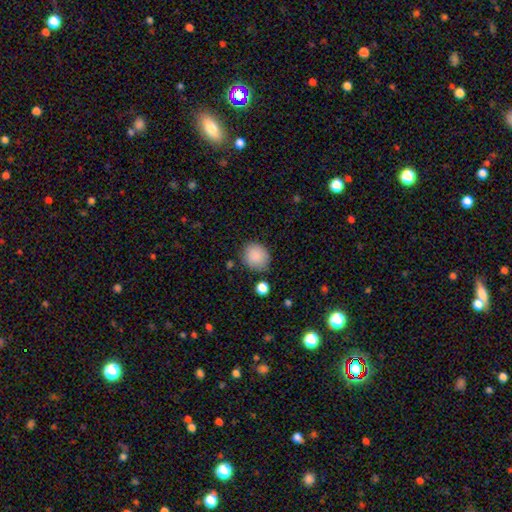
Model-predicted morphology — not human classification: type=smooth (87%); roundness=round (78%); merging=none (78%).